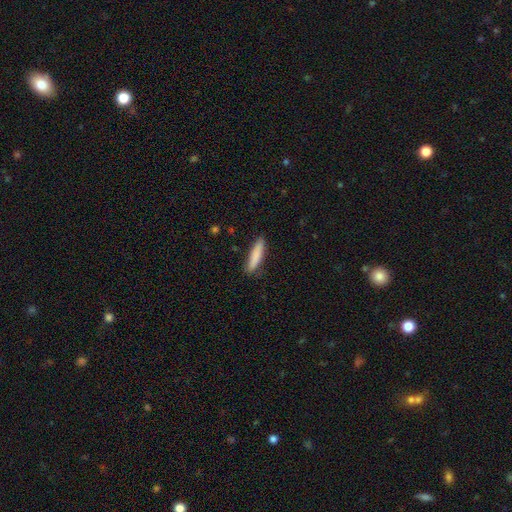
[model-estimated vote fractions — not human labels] smooth-or-featured: smooth: 85% | featured or disk: 10% | star or artifact: 6%
  how-rounded: cigar-shaped: 83% | in between: 16% | round: 1%
  merging: none: 85% | minor disturbance: 12% | major disturbance: 2% | merger: 1%